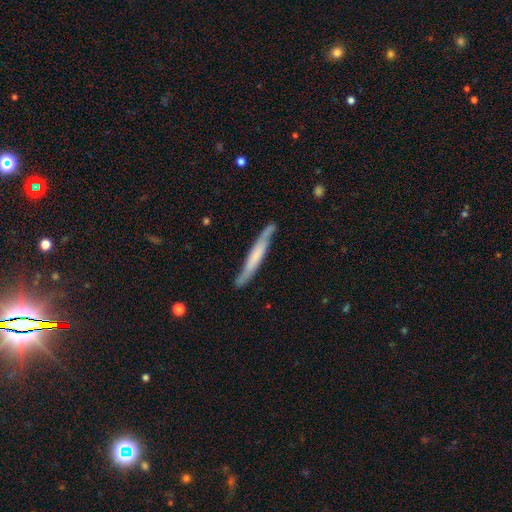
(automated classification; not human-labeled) smooth_or_featured: featured or disk (p=0.54) [alt: smooth p=0.41]
disk_edge_on: yes (p=0.83) [alt: no p=0.17]
merging: none (p=0.75) [alt: minor disturbance p=0.19]